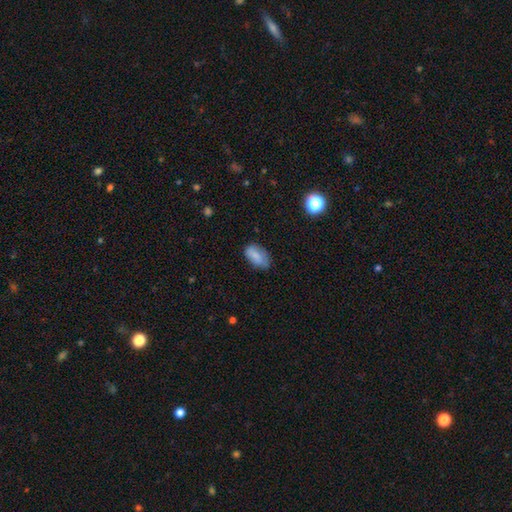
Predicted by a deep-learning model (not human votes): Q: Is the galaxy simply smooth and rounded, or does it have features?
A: smooth — 78%.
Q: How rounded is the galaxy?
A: in between — 92%.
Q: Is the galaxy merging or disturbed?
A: none — 65%.